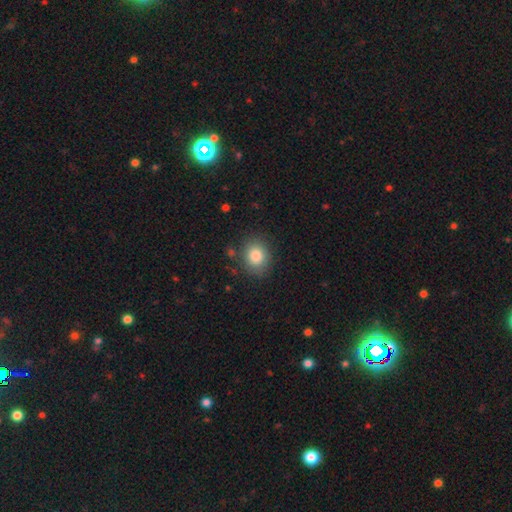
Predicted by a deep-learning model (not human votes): smooth_or_featured: smooth (p=0.83) [alt: star or artifact p=0.09]
how_rounded: round (p=0.62) [alt: in between p=0.37]
merging: none (p=0.83) [alt: minor disturbance p=0.11]